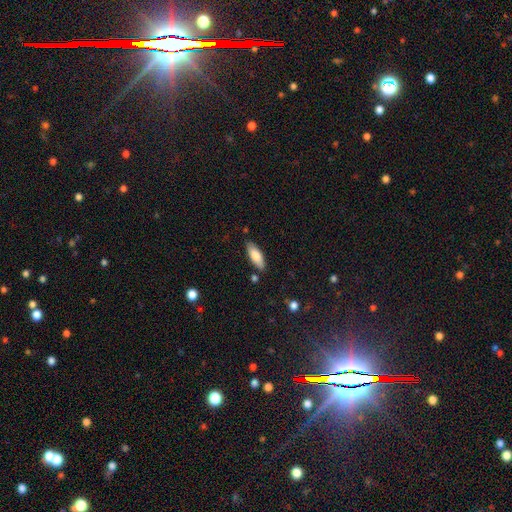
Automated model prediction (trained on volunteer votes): smooth_or_featured: smooth (p=0.79) [alt: featured or disk p=0.15]
how_rounded: in between (p=0.70) [alt: cigar-shaped p=0.28]
merging: none (p=0.83) [alt: minor disturbance p=0.12]